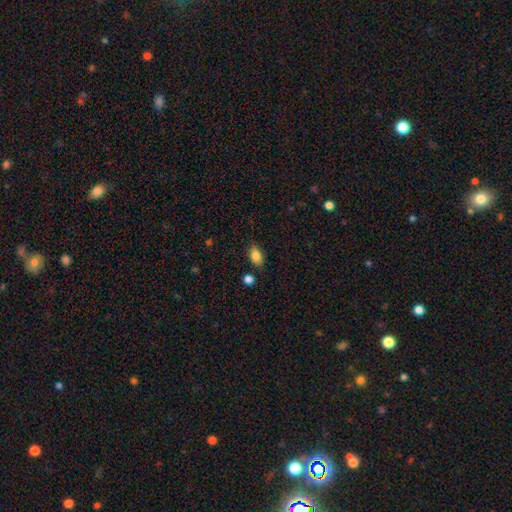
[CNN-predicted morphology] A smooth galaxy with no disk features (81%) that is in between round and cigar-shaped (86%). Merging: none (80%).